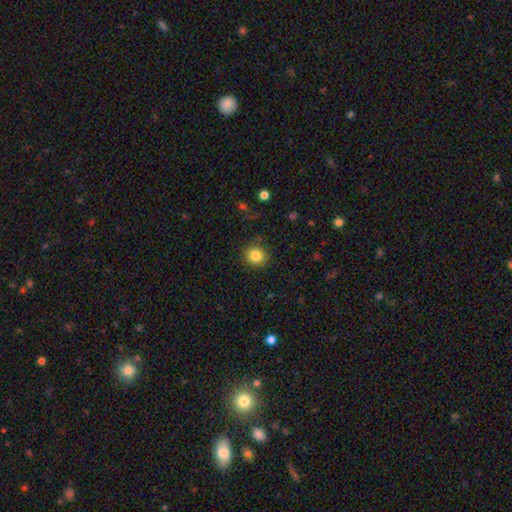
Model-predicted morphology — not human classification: smooth-or-featured: smooth: 84% | star or artifact: 11% | featured or disk: 6%
  how-rounded: round: 85% | in between: 14% | cigar-shaped: 1%
  merging: none: 87% | minor disturbance: 9% | major disturbance: 3% | merger: 1%